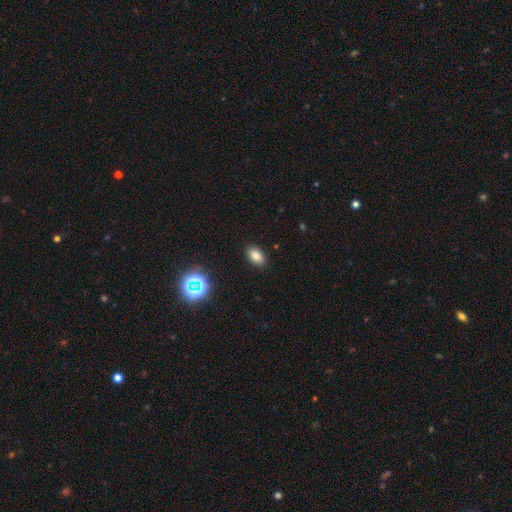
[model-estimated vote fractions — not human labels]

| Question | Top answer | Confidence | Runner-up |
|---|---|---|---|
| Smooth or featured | smooth | 81% | star or artifact (13%) |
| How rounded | in between | 89% | round (9%) |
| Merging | none | 89% | minor disturbance (7%) |